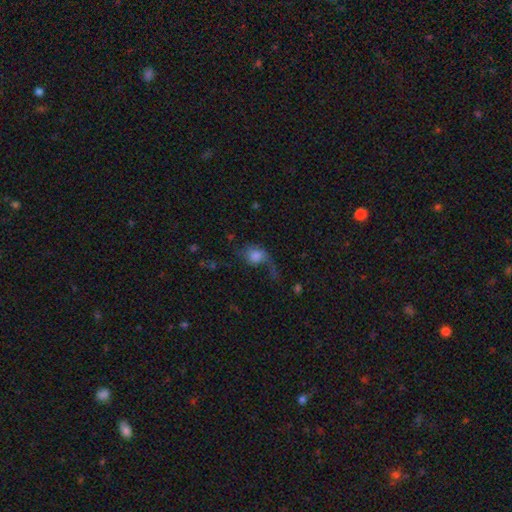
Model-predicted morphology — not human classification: Smooth or featured: smooth — 65% (featured or disk — 25%)
How rounded: round — 50% (in between — 48%)
Merging: major disturbance — 51% (none — 24%)